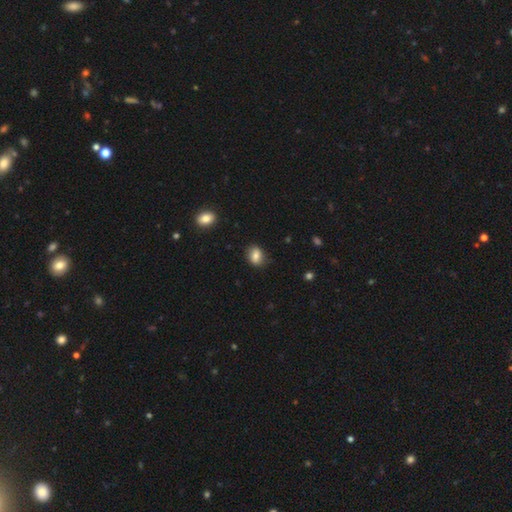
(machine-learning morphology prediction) Smooth or featured? Predicted: smooth (p=0.79). How rounded? Predicted: in between (p=0.61). Merging? Predicted: none (p=0.79).